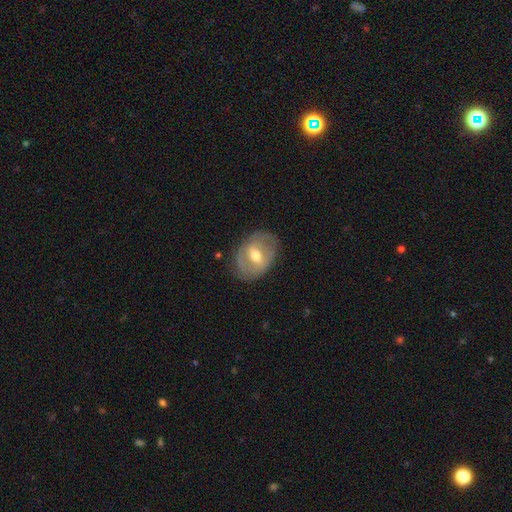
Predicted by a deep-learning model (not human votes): featured or disk 59%, smooth 35%, star or artifact 6%. Down the decision tree: edge-on disk — no (93%); bar — weak (47%); spiral arms — no (58%); bulge size — moderate (75%); merging — none (75%).